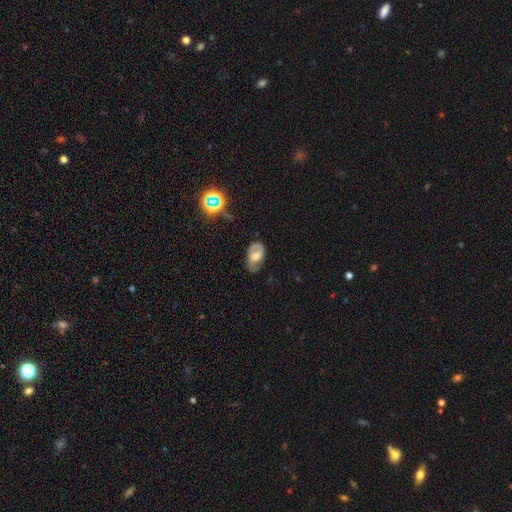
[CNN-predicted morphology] Smooth or featured? Predicted: featured or disk (p=0.57). Edge-on disk? Predicted: no (p=0.94). Bar? Predicted: no (p=0.50). Spiral arms? Predicted: yes (p=0.65). Bulge size? Predicted: moderate (p=0.54). Merging? Predicted: none (p=0.65).